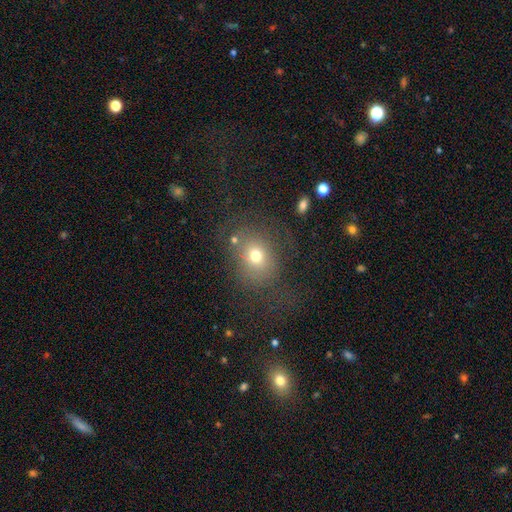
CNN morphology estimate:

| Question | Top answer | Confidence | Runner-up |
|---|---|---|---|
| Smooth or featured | smooth | 67% | featured or disk (17%) |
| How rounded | round | 58% | in between (41%) |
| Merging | none | 58% | major disturbance (19%) |